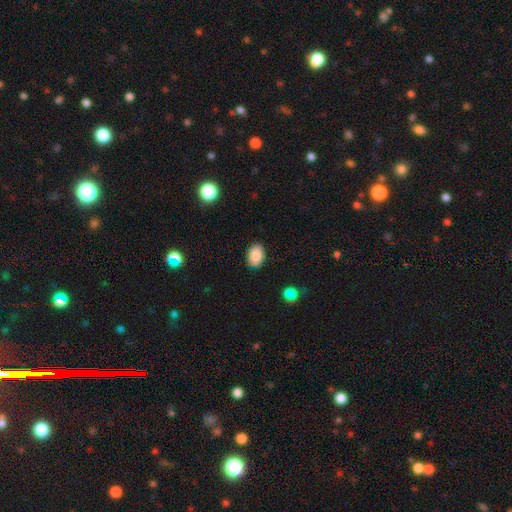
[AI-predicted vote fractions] The model was most divided on "merging": none: 82%, minor disturbance: 14%, major disturbance: 2%, merger: 1%. More confident: how rounded — in between (85%); smooth or featured — smooth (83%).